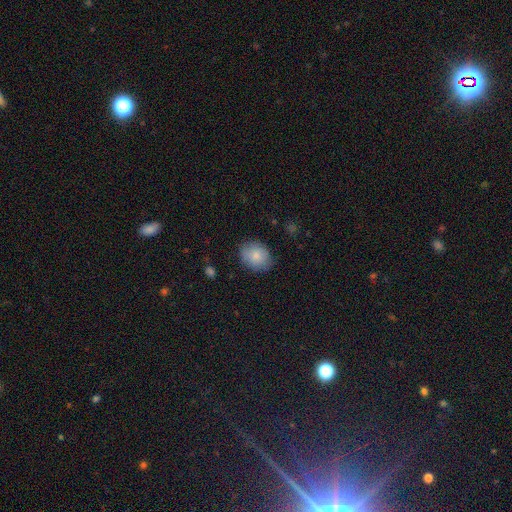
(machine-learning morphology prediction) Q: Smooth or featured?
A: smooth (84%); runner-up: featured or disk (9%)
Q: How rounded?
A: in between (55%); runner-up: round (44%)
Q: Merging?
A: none (81%); runner-up: minor disturbance (15%)